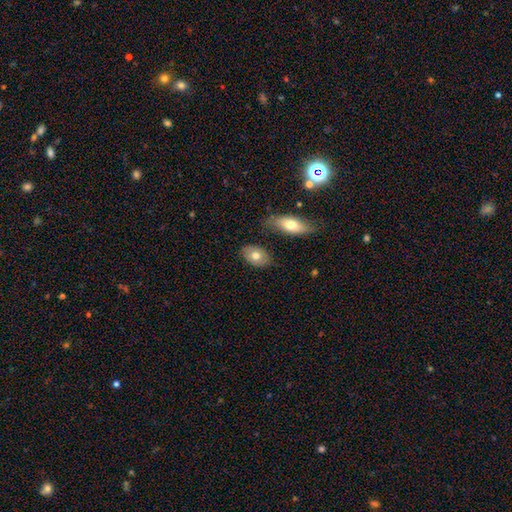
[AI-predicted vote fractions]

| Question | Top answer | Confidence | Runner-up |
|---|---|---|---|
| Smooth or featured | smooth | 75% | featured or disk (18%) |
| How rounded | in between | 87% | round (11%) |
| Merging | none | 76% | minor disturbance (14%) |